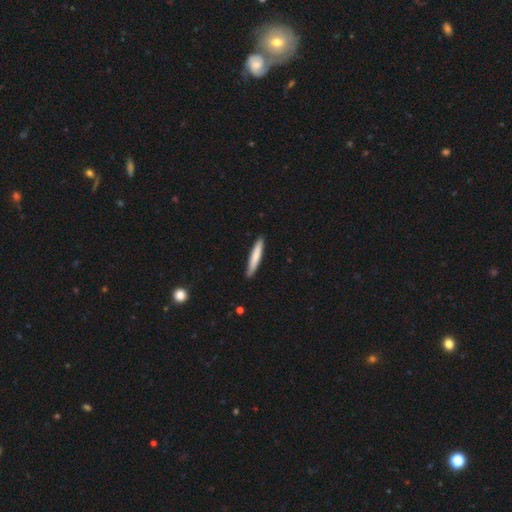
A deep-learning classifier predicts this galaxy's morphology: This is likely a smooth galaxy (77%). How rounded: clearly cigar-shaped (94%). Merging: clearly none (88%).